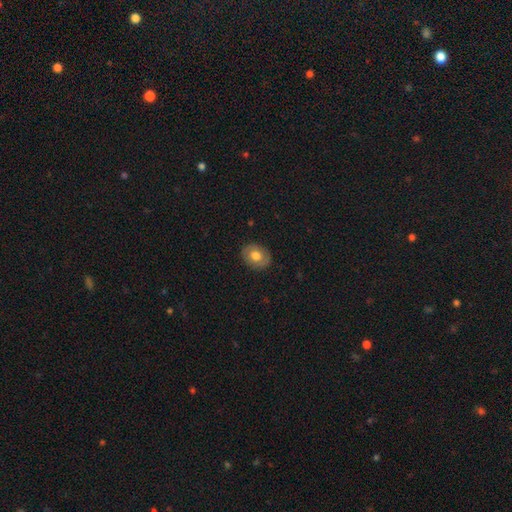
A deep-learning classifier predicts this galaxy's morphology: smooth_or_featured: smooth (p=0.68) [alt: featured or disk p=0.25]
how_rounded: in between (p=0.52) [alt: round p=0.47]
merging: none (p=0.86) [alt: minor disturbance p=0.10]